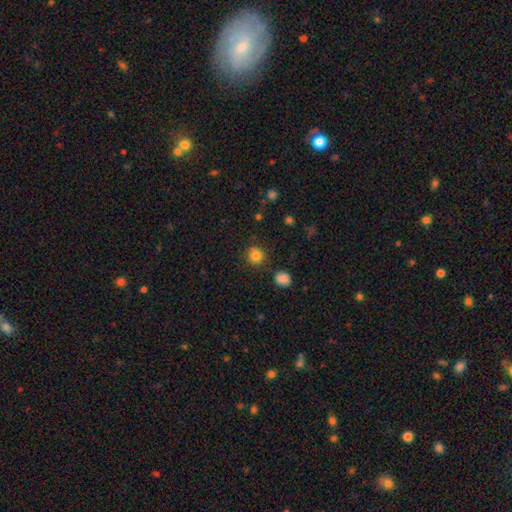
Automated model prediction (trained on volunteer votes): smooth-or-featured: smooth: 83% | star or artifact: 12% | featured or disk: 5%
  how-rounded: round: 90% | in between: 9% | cigar-shaped: 1%
  merging: none: 83% | minor disturbance: 10% | merger: 3% | major disturbance: 3%